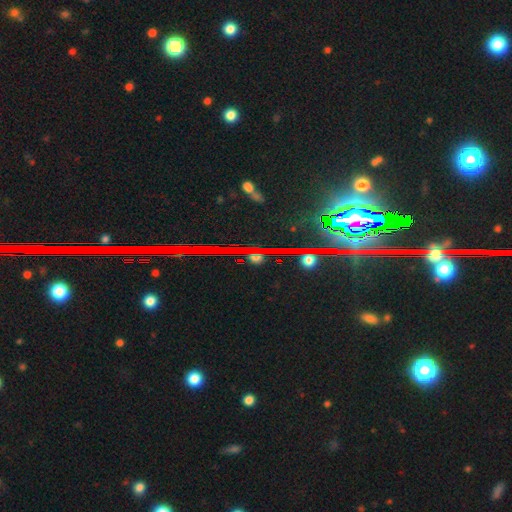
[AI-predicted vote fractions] This is likely a star or artifact rather than a galaxy (78%).